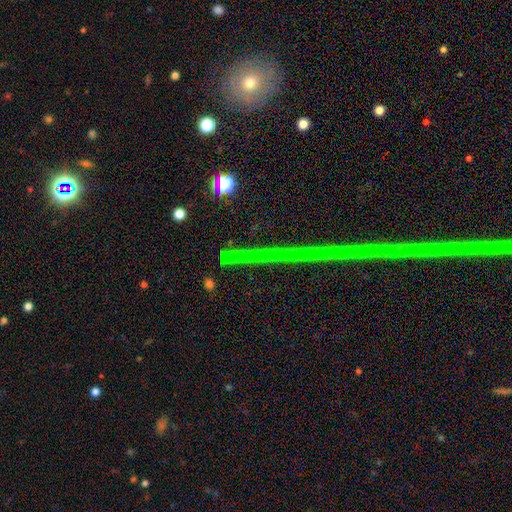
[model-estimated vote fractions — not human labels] The model was most divided on "smooth or featured": star or artifact: 76%, featured or disk: 14%, smooth: 9%.